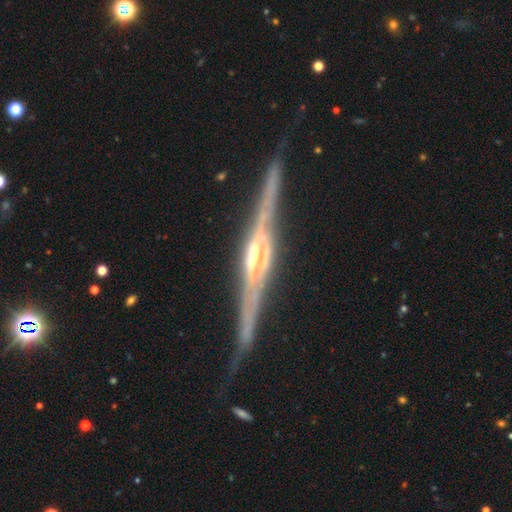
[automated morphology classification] This appears to be a featured or disk galaxy (89%) viewed edge-on (97%) with a rounded central bulge (58%). Merging: none (83%).